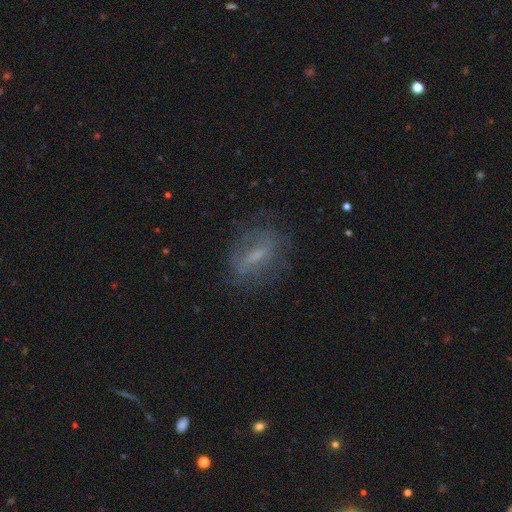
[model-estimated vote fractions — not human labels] A featured or disk galaxy (51%).

Vote fractions:
- Smooth or featured? featured or disk: 51% / smooth: 36% / star or artifact: 13%
- Edge-on disk? no: 81% / yes: 19%
- Merging? none: 69% / minor disturbance: 18% / major disturbance: 11% / merger: 2%